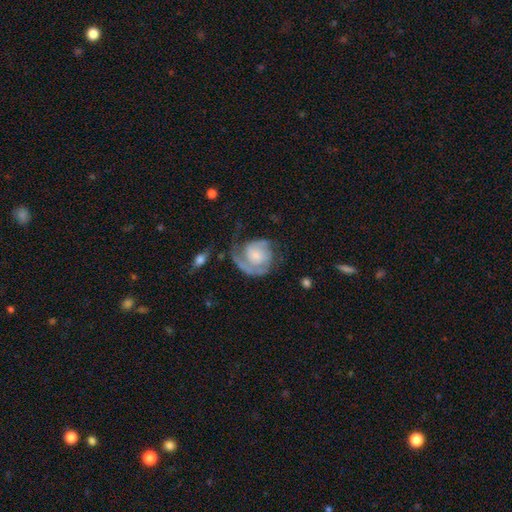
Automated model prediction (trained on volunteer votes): smooth-or-featured: featured or disk: 76% | smooth: 19% | star or artifact: 6%
  disk-edge-on: no: 98% | yes: 2%
    bar: no: 69% | weak: 26% | strong: 5%
    has-spiral-arms: yes: 93% | no: 7%
      spiral-winding: tight: 46% | medium: 36% | loose: 18%
      spiral-arm-count: 1: 45% | 2: 36% | can't tell: 10% | 3: 5% | 4: 2% | more than 4: 2%
    bulge-size: small: 42% | moderate: 30% | none: 15% | large: 11% | dominant: 3%
  merging: none: 48% | major disturbance: 28% | minor disturbance: 21% | merger: 3%